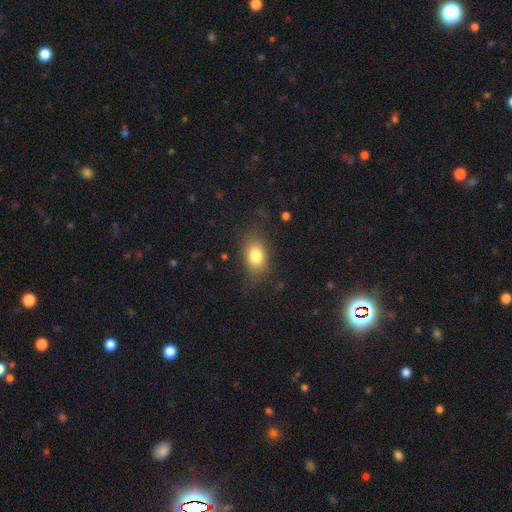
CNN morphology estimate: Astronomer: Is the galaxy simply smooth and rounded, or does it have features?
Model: smooth — 80%.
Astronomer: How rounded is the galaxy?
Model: in between — 81%.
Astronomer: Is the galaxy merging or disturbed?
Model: none — 79%.